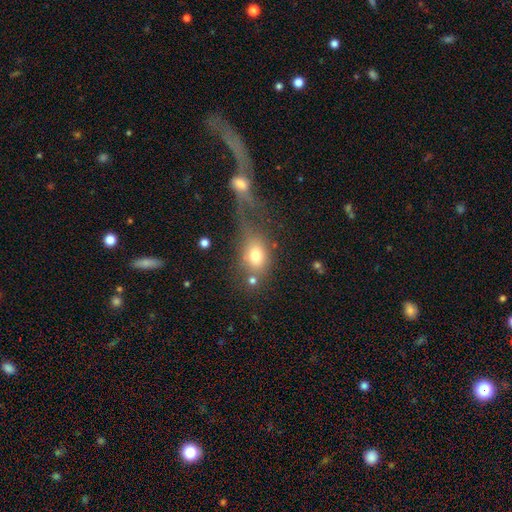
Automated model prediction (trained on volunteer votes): smooth-or-featured: smooth: 71% | featured or disk: 18% | star or artifact: 11%
  how-rounded: in between: 67% | round: 29% | cigar-shaped: 4%
  merging: merger: 42% | none: 26% | major disturbance: 20% | minor disturbance: 12%